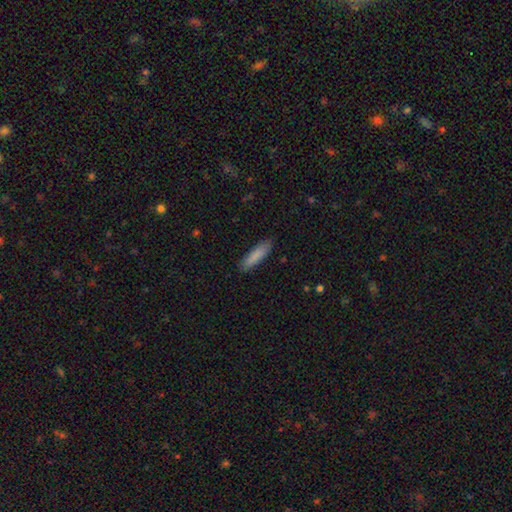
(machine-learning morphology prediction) Smooth or featured? Predicted: smooth (p=0.85). How rounded? Predicted: cigar-shaped (p=0.73). Merging? Predicted: none (p=0.87).